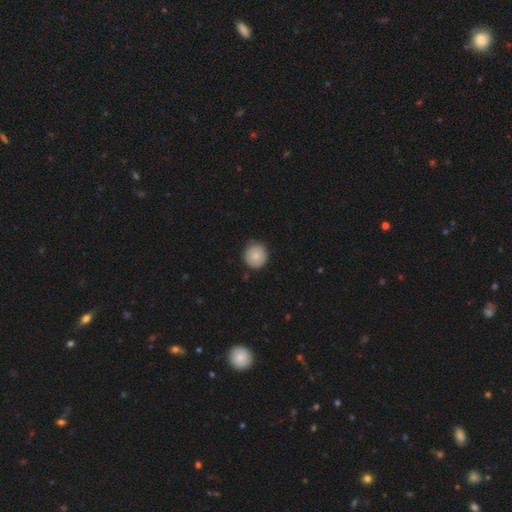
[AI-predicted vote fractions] A smooth galaxy with no disk features (83%) that is round (93%).

Vote fractions:
- Smooth or featured? smooth: 83% / featured or disk: 9% / star or artifact: 8%
- How rounded? round: 93% / in between: 6% / cigar-shaped: 1%
- Merging? none: 85% / minor disturbance: 12% / major disturbance: 2% / merger: 1%